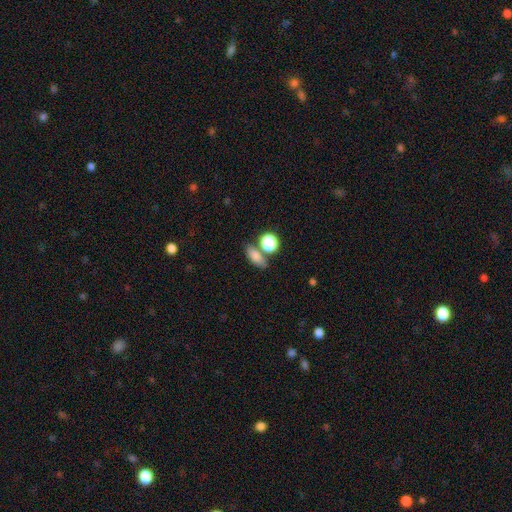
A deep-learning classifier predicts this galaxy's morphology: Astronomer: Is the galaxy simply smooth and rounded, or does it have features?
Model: smooth — 78%.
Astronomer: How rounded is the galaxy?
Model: in between — 72%.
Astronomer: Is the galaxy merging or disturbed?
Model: none — 64%.